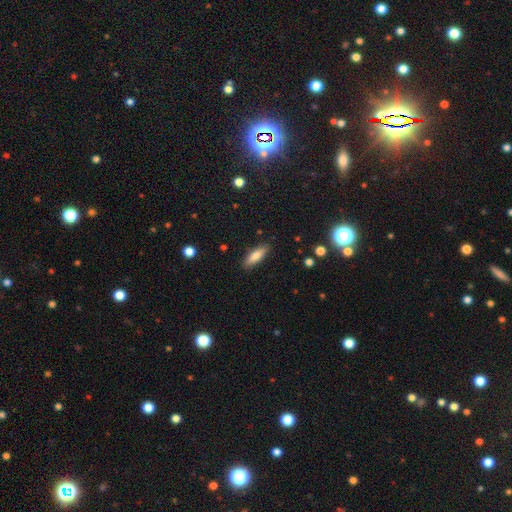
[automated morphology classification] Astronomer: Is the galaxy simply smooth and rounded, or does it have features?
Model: smooth — 82%.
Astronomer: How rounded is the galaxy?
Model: cigar-shaped — 50% (runner-up: in between, 48%).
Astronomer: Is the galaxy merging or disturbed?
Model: none — 88%.